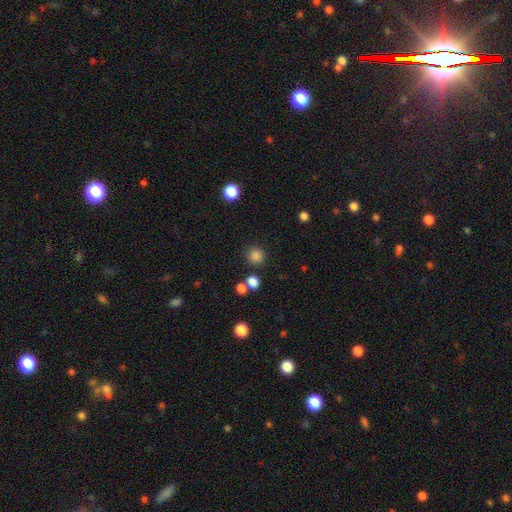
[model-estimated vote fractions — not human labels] Smooth or featured: smooth — 83% (star or artifact — 13%)
How rounded: round — 92% (in between — 7%)
Merging: none — 82% (minor disturbance — 8%)